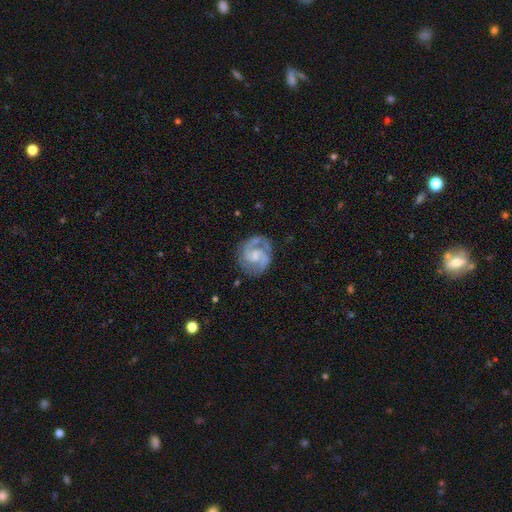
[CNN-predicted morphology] The model was most divided on "bar": weak: 49%, no: 41%, strong: 9%. Remaining: edge-on disk — no (98%); spiral arms — yes (98%); spiral arm count — 2 (89%); smooth or featured — featured or disk (88%); merging — none (76%); spiral winding — medium (54%); bulge size — small (43%).